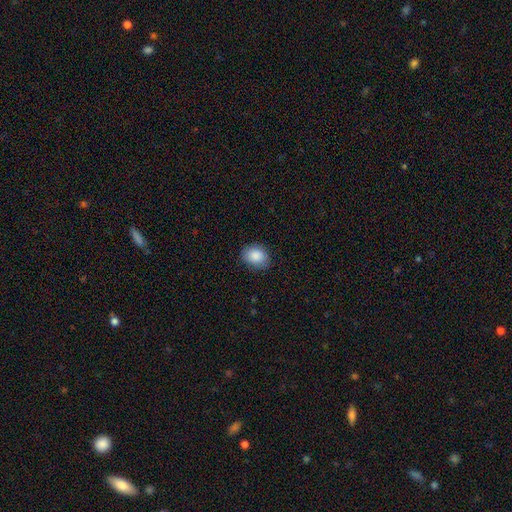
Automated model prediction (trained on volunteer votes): This is clearly a smooth galaxy (88%). How rounded: likely in between (62%). Merging: clearly none (84%).